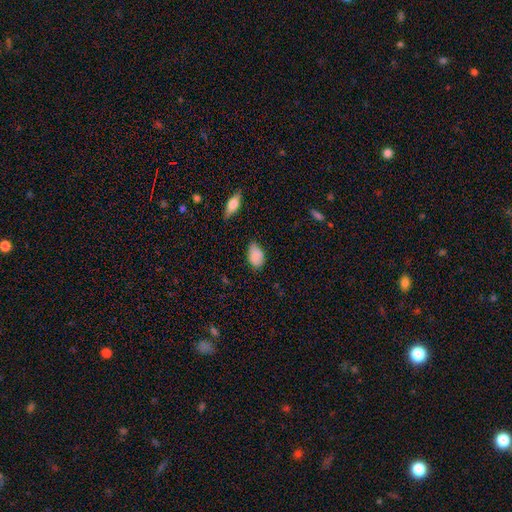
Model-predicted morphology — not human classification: This appears to be a smooth galaxy with no disk features (85%) that is in between round and cigar-shaped (89%). Merging: none (68%).